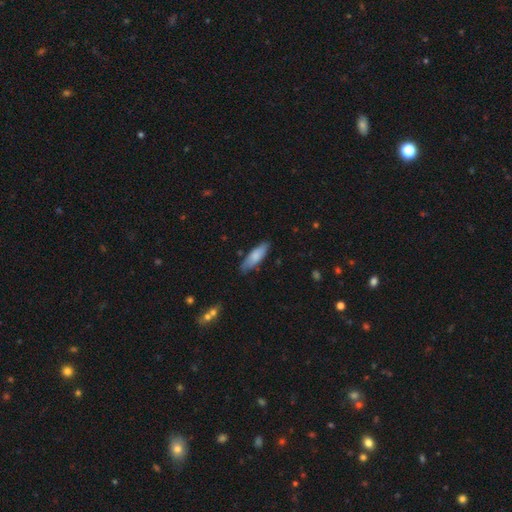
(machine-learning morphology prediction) A smooth galaxy with no disk features (79%) that is cigar-shaped (50%). Merging: none (79%).